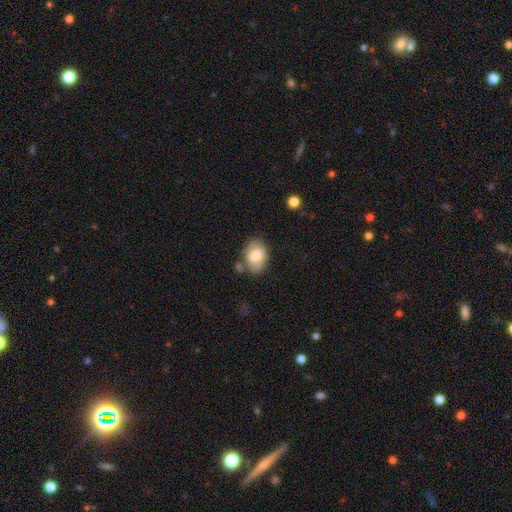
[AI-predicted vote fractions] A smooth galaxy with no disk features (69%) that is in between round and cigar-shaped (75%). Merging: none (54%).